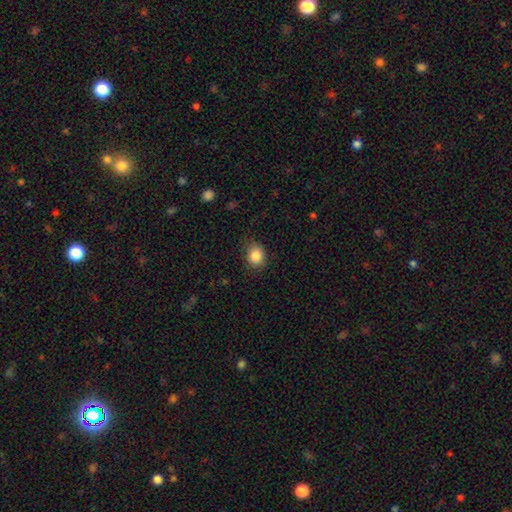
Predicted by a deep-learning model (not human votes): This is clearly a smooth galaxy (86%). How rounded: likely round (64%). Merging: likely none (77%).